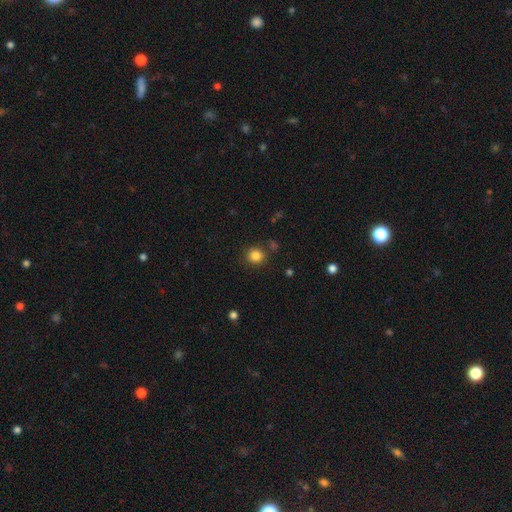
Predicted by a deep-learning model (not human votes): The model was most divided on "smooth or featured": smooth: 84%, star or artifact: 12%, featured or disk: 4%. More confident: how rounded — round (90%); merging — none (85%).